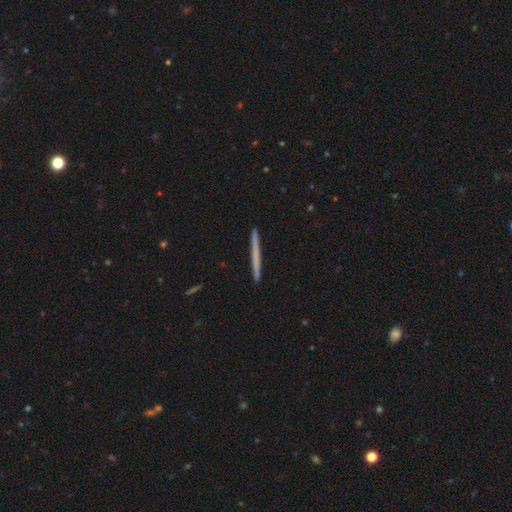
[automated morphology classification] Overall: smooth (52%; featured or disk 43%). How rounded: cigar-shaped (97%). Merging: none (93%).